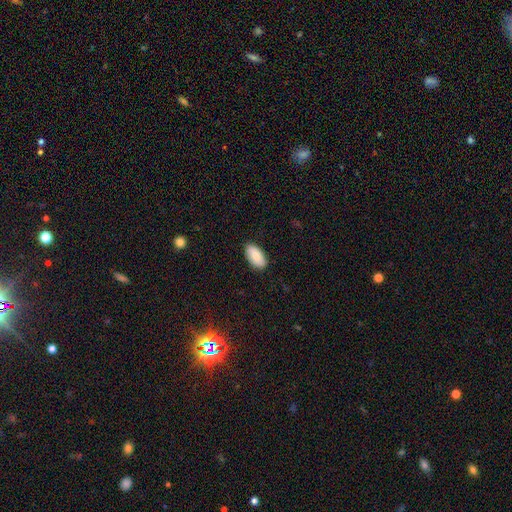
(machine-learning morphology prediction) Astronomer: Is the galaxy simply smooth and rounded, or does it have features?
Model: smooth — 82%.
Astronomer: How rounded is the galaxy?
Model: in between — 94%.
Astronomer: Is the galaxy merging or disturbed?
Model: none — 86%.